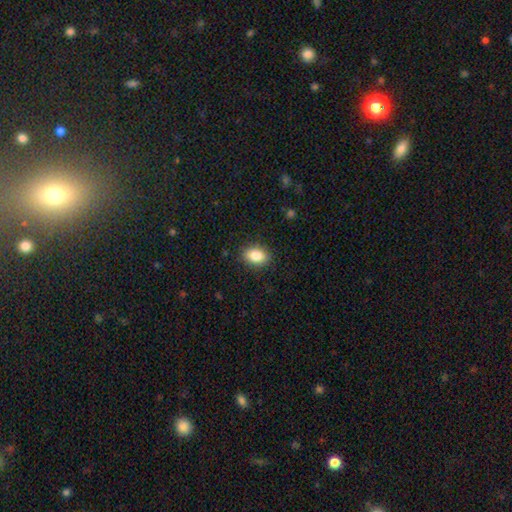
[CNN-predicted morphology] smooth-or-featured: smooth: 84% | star or artifact: 8% | featured or disk: 7%
  how-rounded: in between: 80% | round: 19% | cigar-shaped: 2%
  merging: none: 88% | minor disturbance: 9% | major disturbance: 2% | merger: 1%